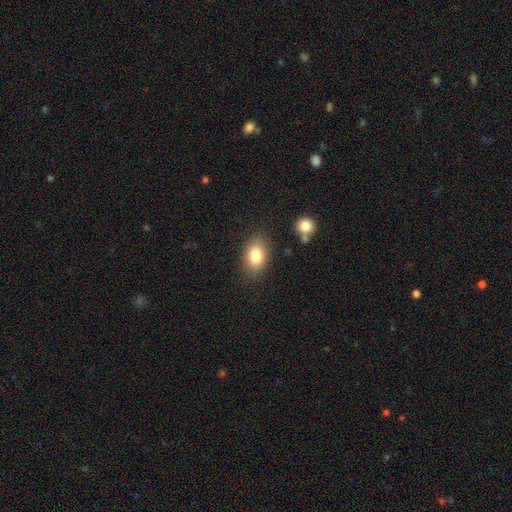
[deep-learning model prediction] This appears to be a smooth galaxy with no disk features (82%) that is in between round and cigar-shaped (81%). Merging: none (83%).